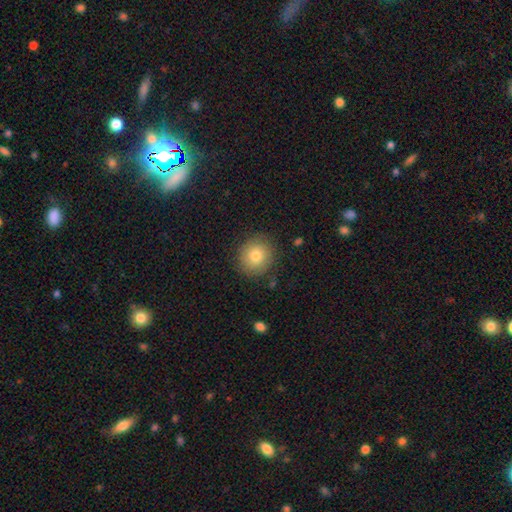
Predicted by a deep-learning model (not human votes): A smooth galaxy with no disk features (80%) that is round (88%).

Vote fractions:
- Smooth or featured? smooth: 80% / featured or disk: 11% / star or artifact: 9%
- How rounded? round: 88% / in between: 11% / cigar-shaped: 1%
- Merging? none: 86% / minor disturbance: 10% / major disturbance: 3% / merger: 1%